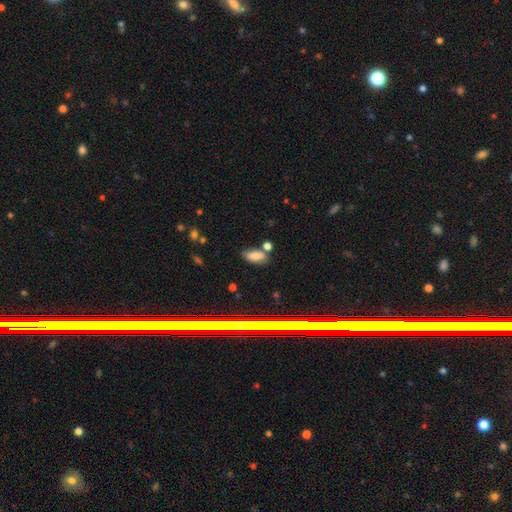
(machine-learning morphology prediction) Overall: smooth (74%). How rounded: in between (88%). Merging: none (64%).